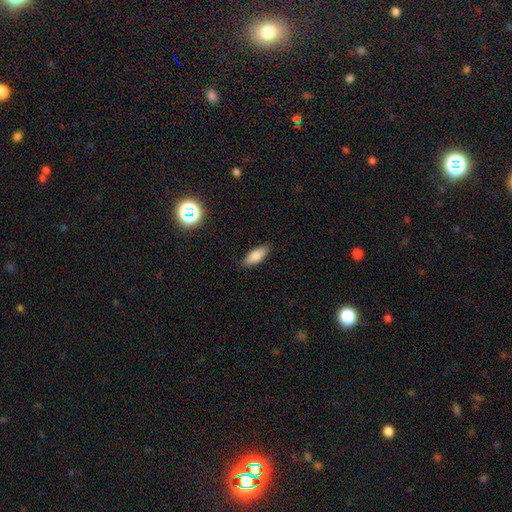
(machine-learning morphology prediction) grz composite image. It shows a smooth galaxy with no disk features (83%) that is in between round and cigar-shaped (72%). Merging: none (86%).